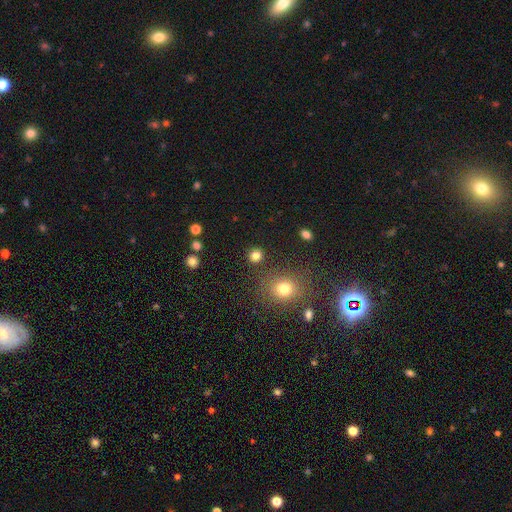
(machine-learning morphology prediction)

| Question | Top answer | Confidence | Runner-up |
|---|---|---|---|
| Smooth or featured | smooth | 81% | star or artifact (14%) |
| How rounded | round | 86% | in between (13%) |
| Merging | none | 88% | minor disturbance (6%) |